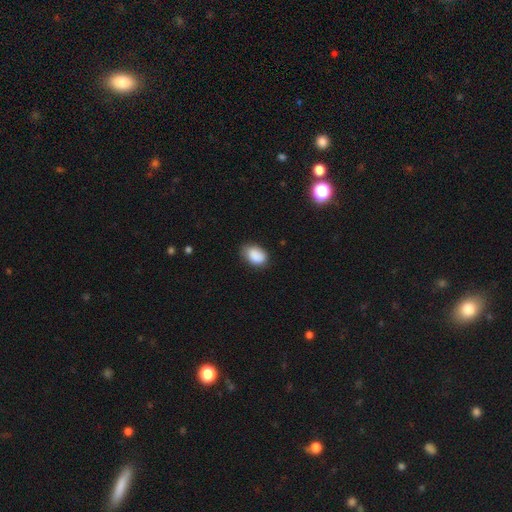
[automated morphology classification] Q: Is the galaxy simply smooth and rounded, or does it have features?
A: smooth — 88%.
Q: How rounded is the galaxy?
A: in between — 84%.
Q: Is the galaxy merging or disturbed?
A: none — 69%.